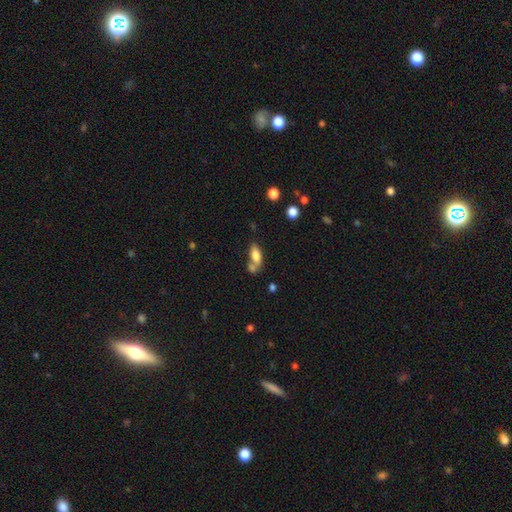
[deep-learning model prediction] This appears to be a smooth galaxy with no disk features (78%) that is in between round and cigar-shaped (81%). Merging: none (41%).